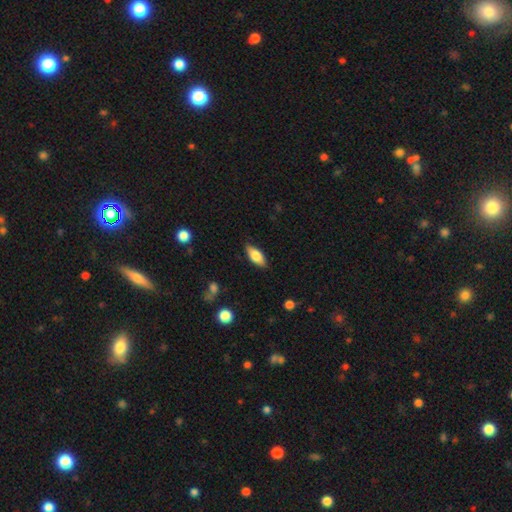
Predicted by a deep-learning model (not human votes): smooth 73%, featured or disk 21%, star or artifact 6%. Down the decision tree: how rounded — in between (81%); merging — none (85%).